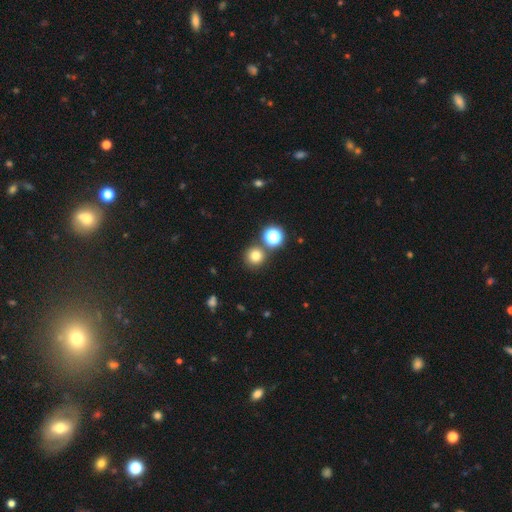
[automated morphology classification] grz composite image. It shows a smooth galaxy with no disk features (75%) that is round (94%). Merging: none (81%).